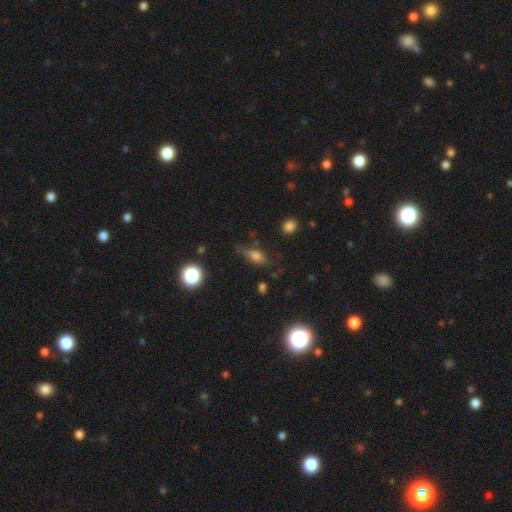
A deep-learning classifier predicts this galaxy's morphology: Q: Smooth or featured?
A: smooth (66%); runner-up: featured or disk (20%)
Q: How rounded?
A: in between (68%); runner-up: cigar-shaped (23%)
Q: Merging?
A: none (55%); runner-up: minor disturbance (29%)